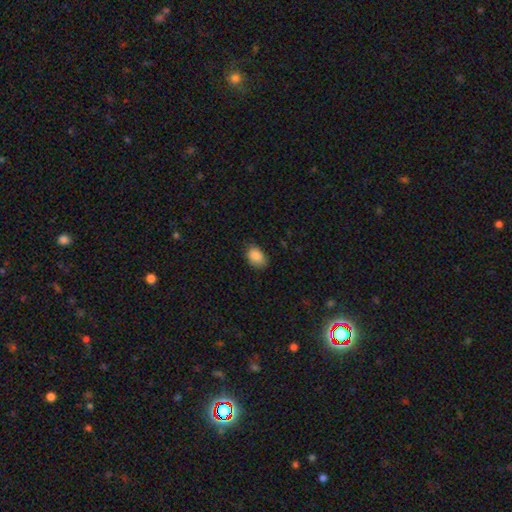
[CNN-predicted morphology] This appears to be a smooth galaxy with no disk features (88%) that is in between round and cigar-shaped (79%). Merging: none (70%).